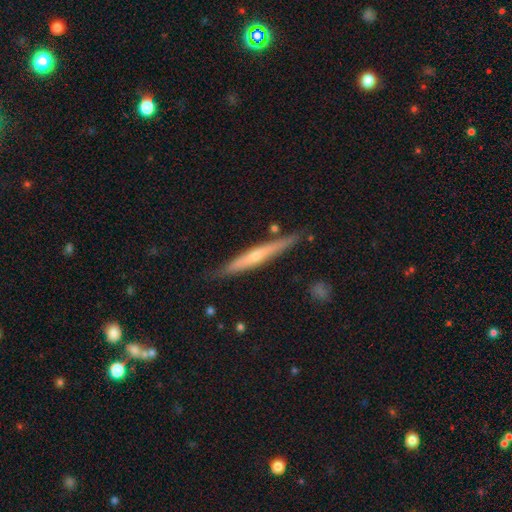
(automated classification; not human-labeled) This is possibly a featured or disk galaxy (54%). It is clearly viewed edge-on (95%). Edge-on bulge: possibly rounded (52%). Merging: clearly none (83%).